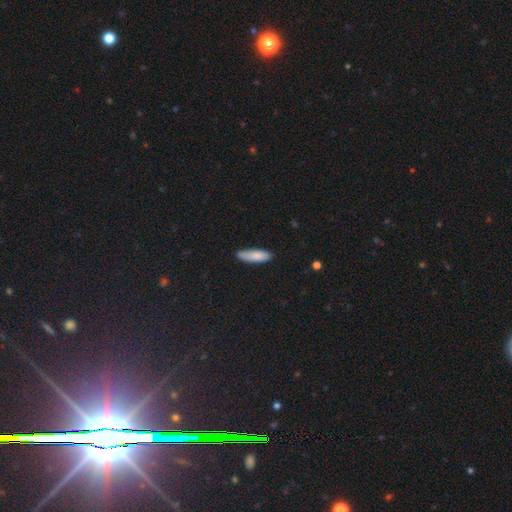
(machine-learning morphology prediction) smooth_or_featured: smooth (p=0.85) [alt: featured or disk p=0.09]
how_rounded: cigar-shaped (p=0.56) [alt: in between p=0.42]
merging: none (p=0.78) [alt: minor disturbance p=0.18]